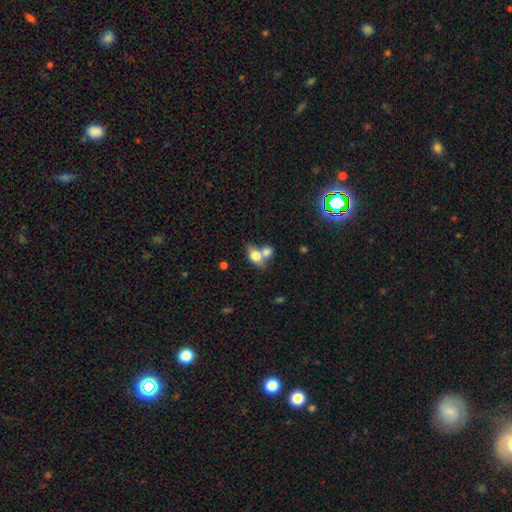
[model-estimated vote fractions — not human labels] The model was most divided on "merging": merger: 53%, none: 32%, minor disturbance: 10%, major disturbance: 5%. More confident: smooth or featured — smooth (72%); how rounded — in between (70%).